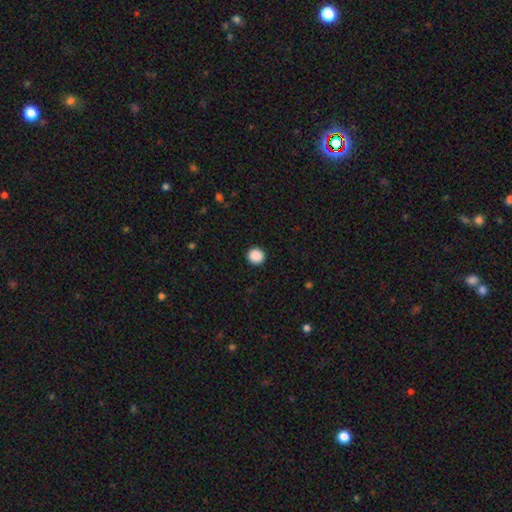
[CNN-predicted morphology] Smooth or featured?
  - smooth: 89% *
  - star or artifact: 9%
  - featured or disk: 2%
How rounded?
  - round: 93% *
  - in between: 6%
  - cigar-shaped: 1%
Merging?
  - none: 93% *
  - minor disturbance: 4%
  - major disturbance: 2%
  - merger: 1%